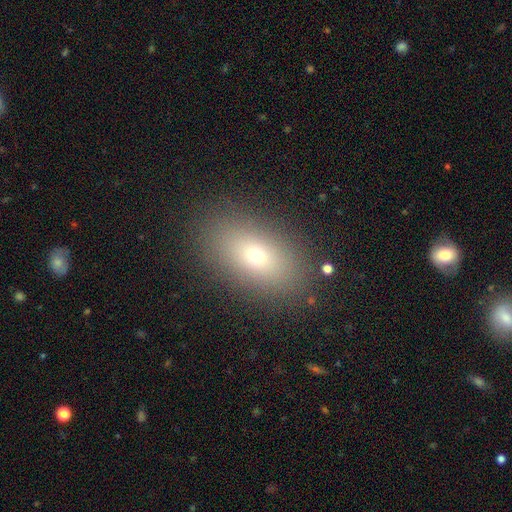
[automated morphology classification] Smooth or featured? smooth (67%)
How rounded? in between (83%)
Merging? none (87%)